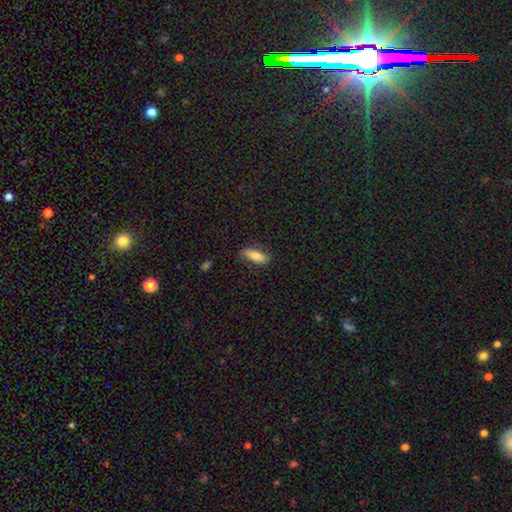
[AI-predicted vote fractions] smooth 79%, featured or disk 14%, star or artifact 7%. Down the decision tree: how rounded — in between (63%); merging — none (82%).